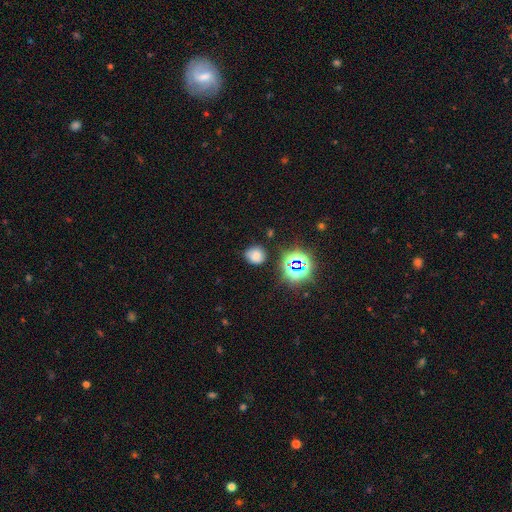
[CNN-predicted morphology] smooth_or_featured: smooth (p=0.66) [alt: star or artifact p=0.24]
how_rounded: round (p=0.81) [alt: in between p=0.18]
merging: none (p=0.73) [alt: minor disturbance p=0.18]